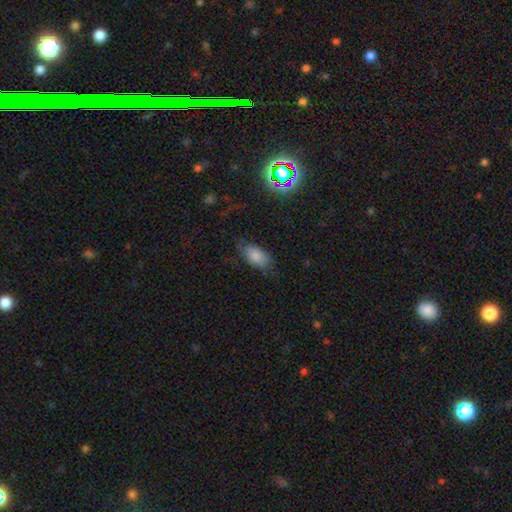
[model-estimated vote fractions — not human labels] A smooth galaxy with no disk features (81%) that is in between round and cigar-shaped (92%).

Vote fractions:
- Smooth or featured? smooth: 81% / featured or disk: 11% / star or artifact: 8%
- How rounded? in between: 92% / round: 4% / cigar-shaped: 3%
- Merging? none: 64% / minor disturbance: 25% / major disturbance: 9% / merger: 2%